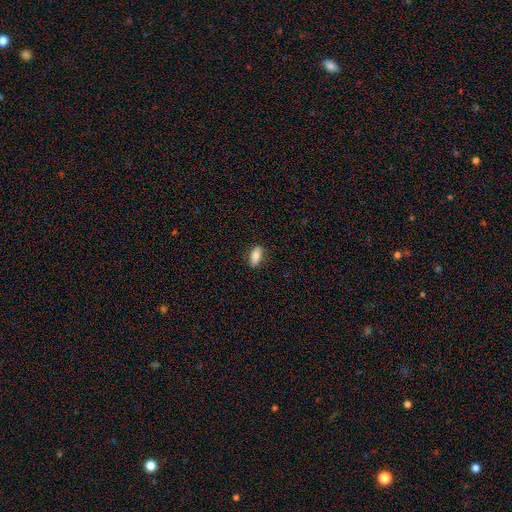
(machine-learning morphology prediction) Smooth or featured? smooth (77%)
How rounded? in between (87%)
Merging? none (85%)